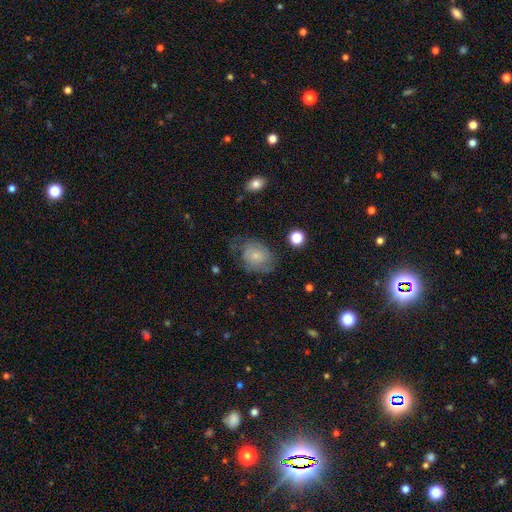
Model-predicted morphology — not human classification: This is possibly a smooth galaxy (59%). How rounded: likely in between (61%). Merging: possibly none (46%).